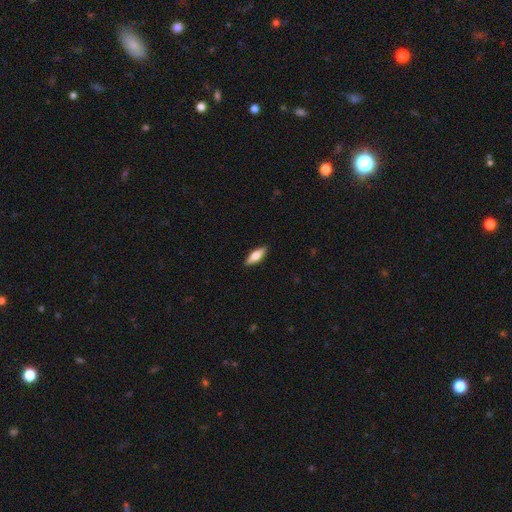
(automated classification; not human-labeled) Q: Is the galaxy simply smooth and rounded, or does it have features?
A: smooth — 66%.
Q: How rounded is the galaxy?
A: in between — 59%.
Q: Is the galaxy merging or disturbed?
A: none — 89%.